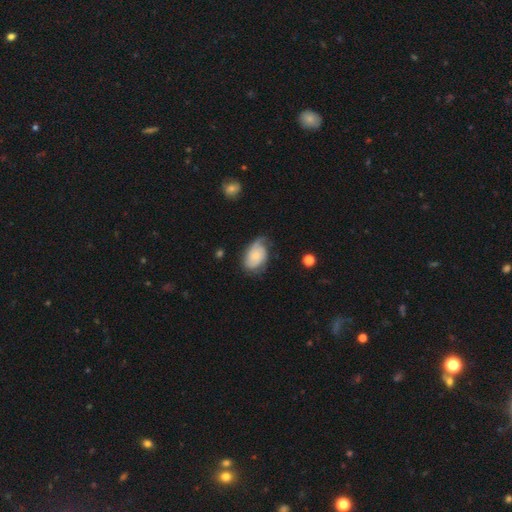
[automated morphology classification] smooth_or_featured: featured or disk (p=0.49) [alt: smooth p=0.44]
merging: none (p=0.45) [alt: minor disturbance p=0.35]